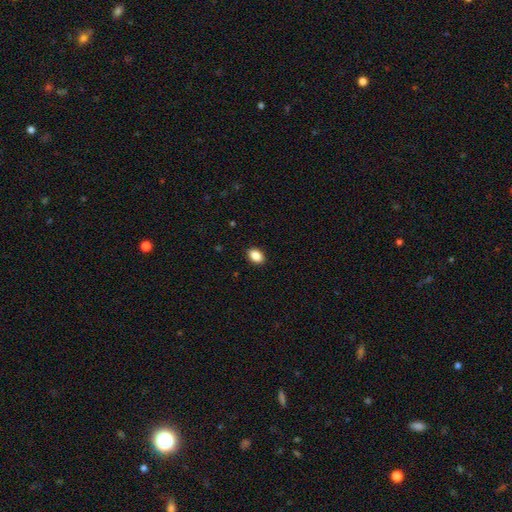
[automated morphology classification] Smooth or featured: smooth — 88% (star or artifact — 8%)
How rounded: in between — 82% (round — 17%)
Merging: none — 91% (minor disturbance — 7%)